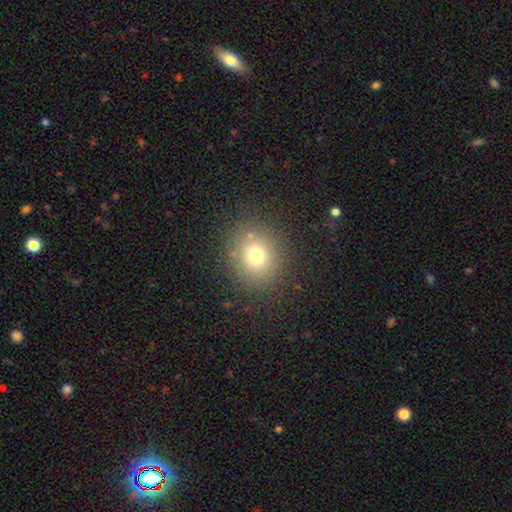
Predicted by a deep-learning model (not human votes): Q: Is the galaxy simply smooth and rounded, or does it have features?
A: smooth — 71%.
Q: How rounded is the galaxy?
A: round — 82%.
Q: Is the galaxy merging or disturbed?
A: none — 84%.